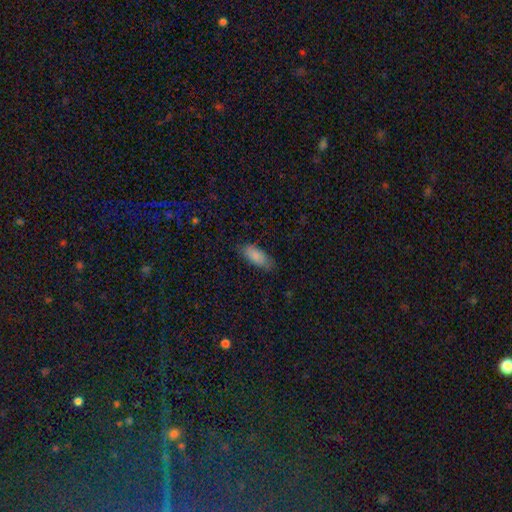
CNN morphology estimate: Smooth or featured? smooth (85%)
How rounded? in between (85%)
Merging? none (78%)